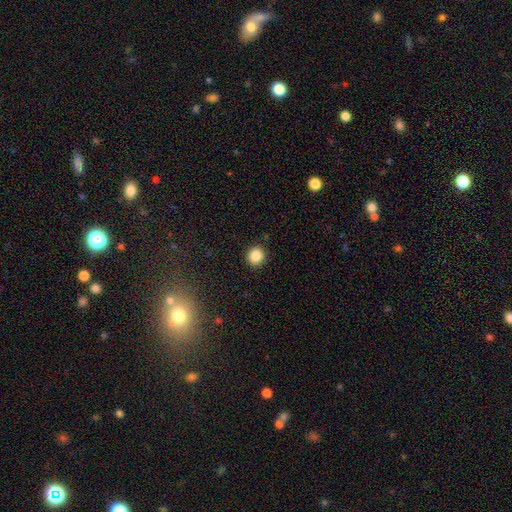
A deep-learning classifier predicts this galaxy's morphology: smooth-or-featured: smooth: 86% | star or artifact: 10% | featured or disk: 4%
  how-rounded: round: 88% | in between: 11% | cigar-shaped: 1%
  merging: none: 92% | minor disturbance: 5% | major disturbance: 2% | merger: 1%